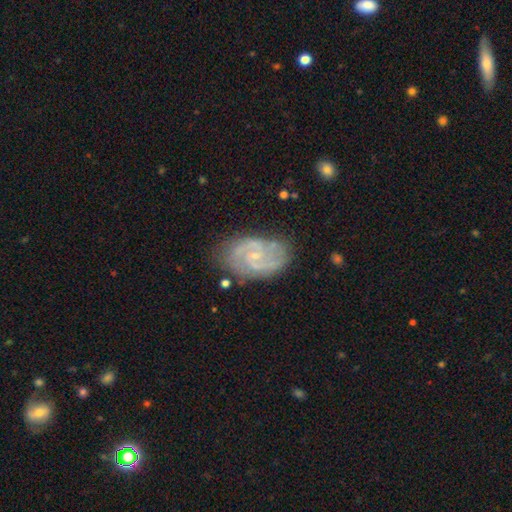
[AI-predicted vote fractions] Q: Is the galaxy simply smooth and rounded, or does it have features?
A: featured or disk — 86%.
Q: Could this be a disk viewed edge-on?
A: no — 97%.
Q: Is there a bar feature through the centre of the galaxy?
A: no — 52%.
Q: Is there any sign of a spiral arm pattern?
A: yes — 96%.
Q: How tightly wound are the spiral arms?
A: medium — 48%.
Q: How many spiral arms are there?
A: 2 — 74%.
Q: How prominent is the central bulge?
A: small — 77%.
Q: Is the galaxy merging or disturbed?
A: none — 73%.